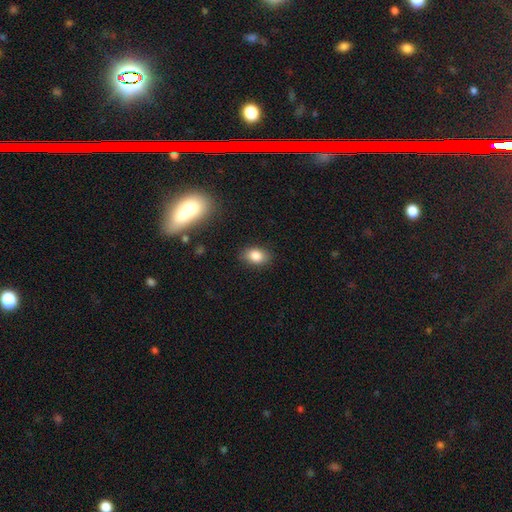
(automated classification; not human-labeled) Overall: smooth (83%). How rounded: in between (80%). Merging: none (84%).